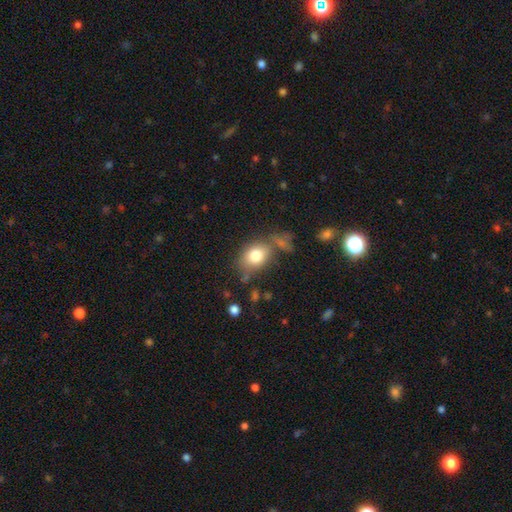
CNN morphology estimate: Overall: smooth (78%). How rounded: in between (65%; round 34%). Merging: none (61%).